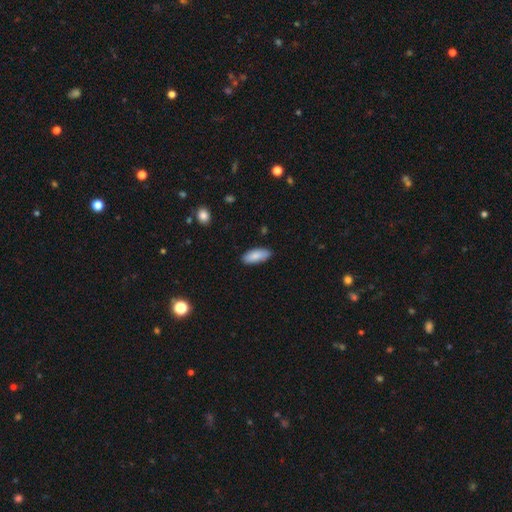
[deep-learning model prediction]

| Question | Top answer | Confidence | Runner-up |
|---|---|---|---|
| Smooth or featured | smooth | 87% | featured or disk (7%) |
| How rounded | in between | 84% | cigar-shaped (15%) |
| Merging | none | 85% | minor disturbance (12%) |